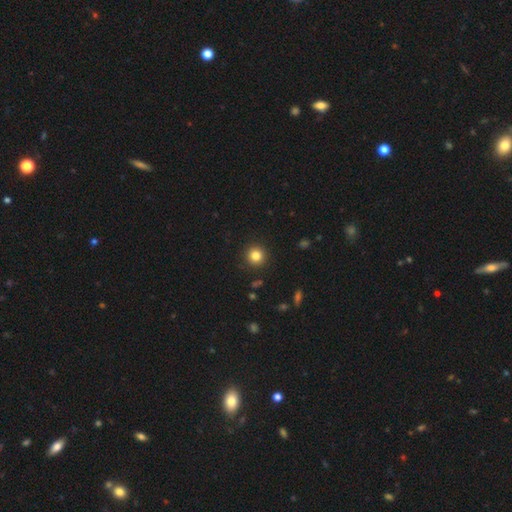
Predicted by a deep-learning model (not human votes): Smooth or featured?
  - smooth: 82% *
  - star or artifact: 12%
  - featured or disk: 6%
How rounded?
  - round: 95% *
  - in between: 4%
  - cigar-shaped: 1%
Merging?
  - none: 92% *
  - minor disturbance: 5%
  - major disturbance: 2%
  - merger: 1%